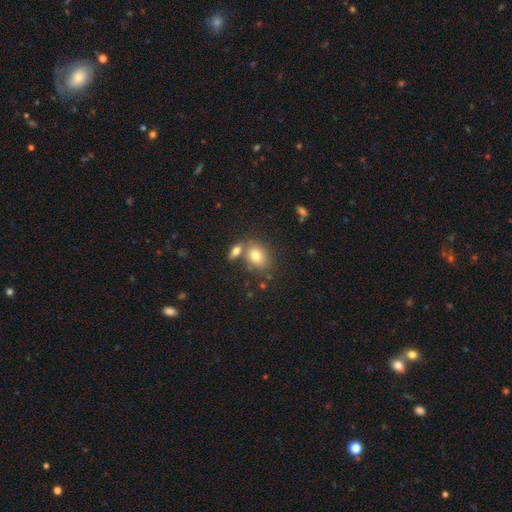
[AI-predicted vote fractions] Q: Smooth or featured?
A: smooth (77%); runner-up: featured or disk (13%)
Q: How rounded?
A: in between (71%); runner-up: round (28%)
Q: Merging?
A: none (56%); runner-up: merger (29%)